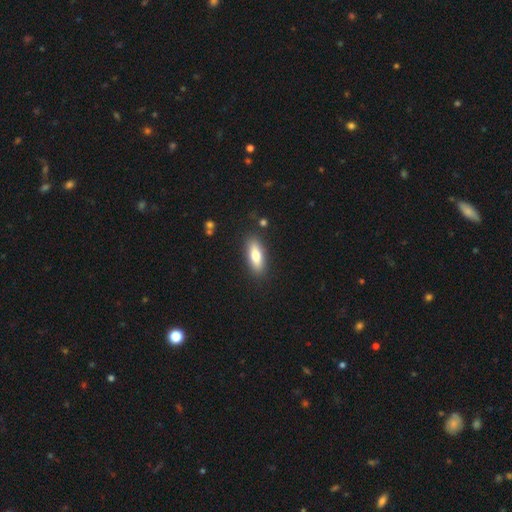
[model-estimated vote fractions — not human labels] smooth 73%, featured or disk 21%, star or artifact 6%. Down the decision tree: how rounded — in between (65%); merging — none (87%).